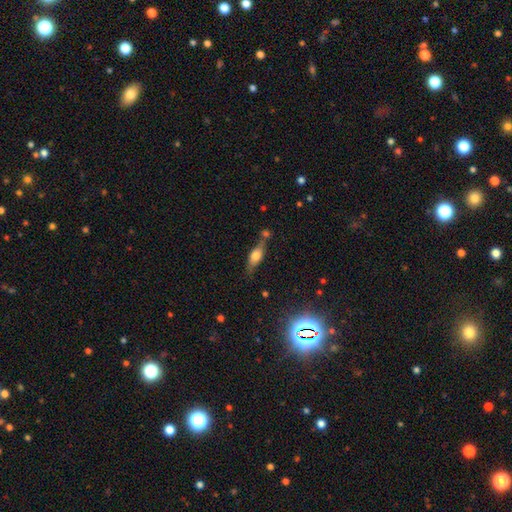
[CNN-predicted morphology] type=smooth (54%); roundness=in between (60%); merging=none (59%).